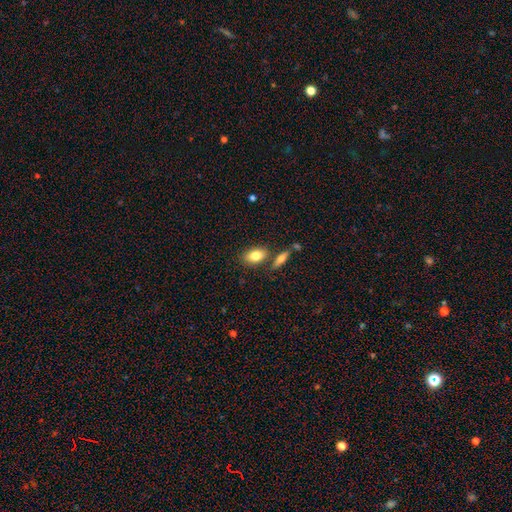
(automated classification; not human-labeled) smooth-or-featured: smooth: 80% | featured or disk: 13% | star or artifact: 7%
  how-rounded: in between: 87% | round: 9% | cigar-shaped: 4%
  merging: none: 71% | merger: 14% | minor disturbance: 12% | major disturbance: 3%